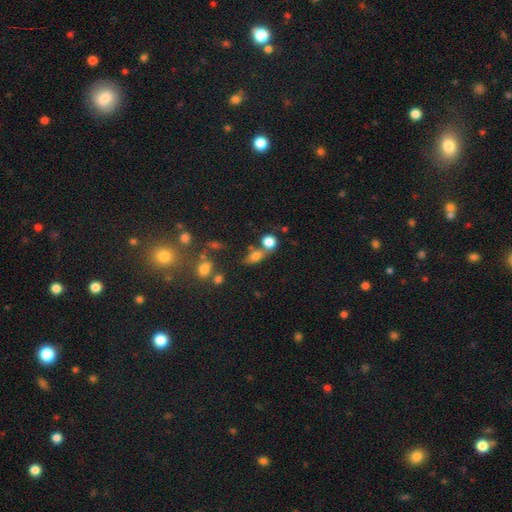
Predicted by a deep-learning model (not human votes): This is likely a smooth galaxy (75%). How rounded: possibly in between (60%). Merging: possibly none (46%).